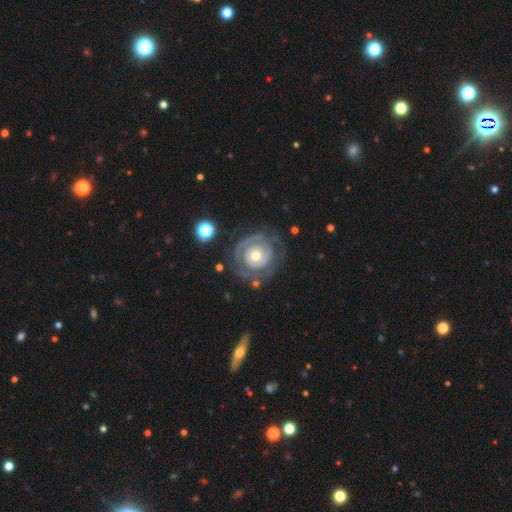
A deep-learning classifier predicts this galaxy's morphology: smooth_or_featured: featured or disk (p=0.73) [alt: smooth p=0.22]
disk_edge_on: no (p=0.97) [alt: yes p=0.03]
bar: no (p=0.85) [alt: weak p=0.12]
has_spiral_arms: yes (p=0.66) [alt: no p=0.34]
bulge_size: moderate (p=0.57) [alt: small p=0.32]
merging: none (p=0.65) [alt: minor disturbance p=0.18]